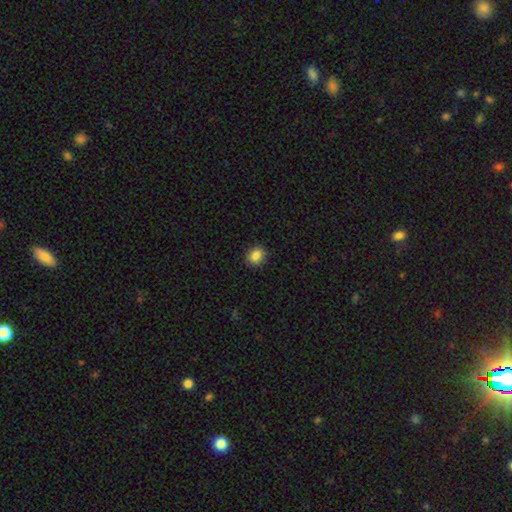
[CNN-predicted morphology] A smooth galaxy with no disk features (86%) that is round (62%). Merging: none (89%).